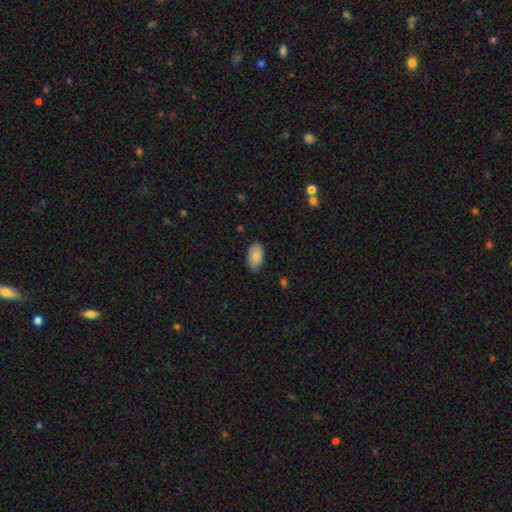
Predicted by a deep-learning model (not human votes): Overall: smooth (87%). How rounded: in between (94%). Merging: none (85%).